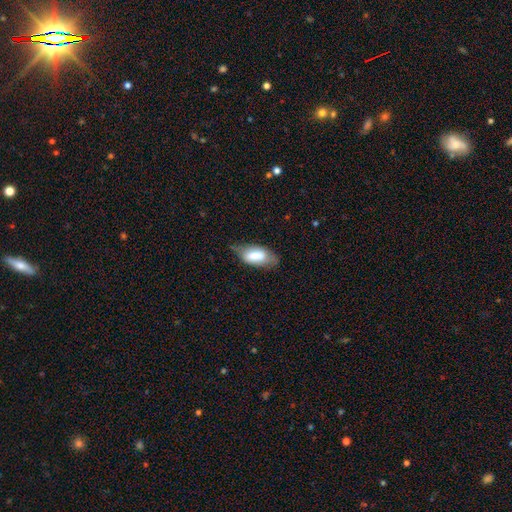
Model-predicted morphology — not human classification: This is likely a smooth galaxy (73%). How rounded: clearly in between (88%). Merging: possibly none (57%).